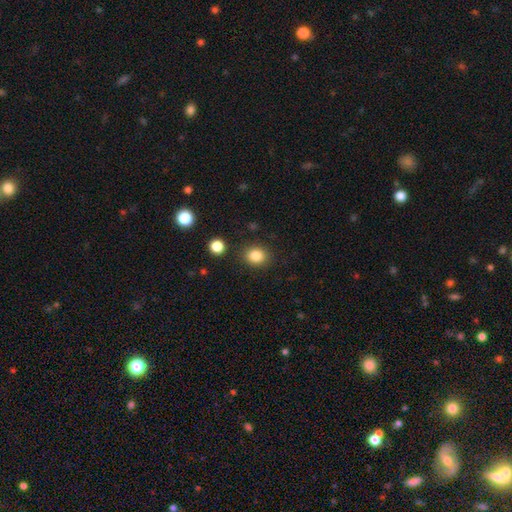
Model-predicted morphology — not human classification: smooth-or-featured: smooth: 85% | star or artifact: 11% | featured or disk: 5%
  how-rounded: round: 71% | in between: 28% | cigar-shaped: 1%
  merging: none: 87% | minor disturbance: 8% | major disturbance: 3% | merger: 2%